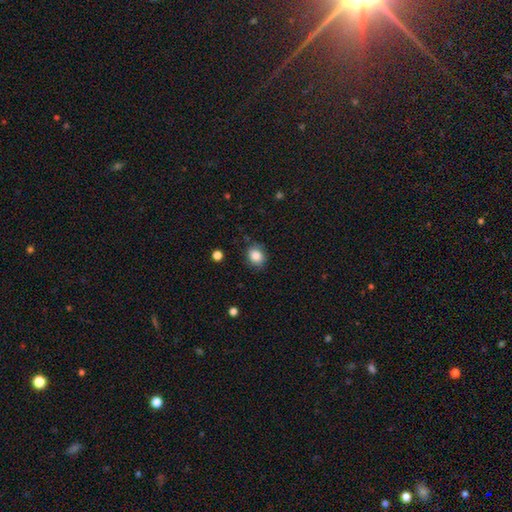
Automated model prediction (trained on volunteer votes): Morphology: type=smooth (86%); roundness=round (56%); merging=none (80%).